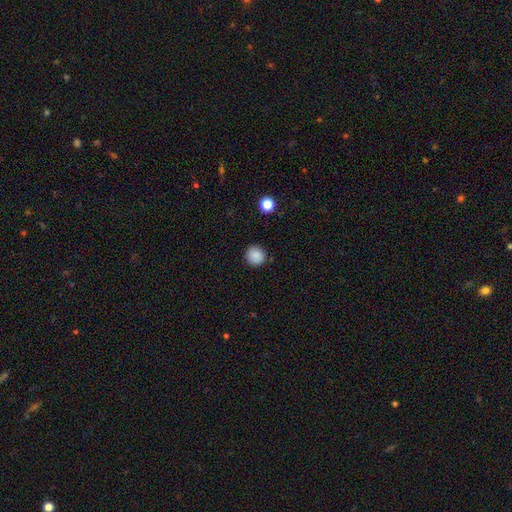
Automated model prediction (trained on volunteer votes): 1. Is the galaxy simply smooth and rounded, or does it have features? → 87% smooth, 10% star or artifact, 3% featured or disk.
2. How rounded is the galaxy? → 92% round, 7% in between, 1% cigar-shaped.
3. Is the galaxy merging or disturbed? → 89% none, 7% minor disturbance, 2% major disturbance, 1% merger.